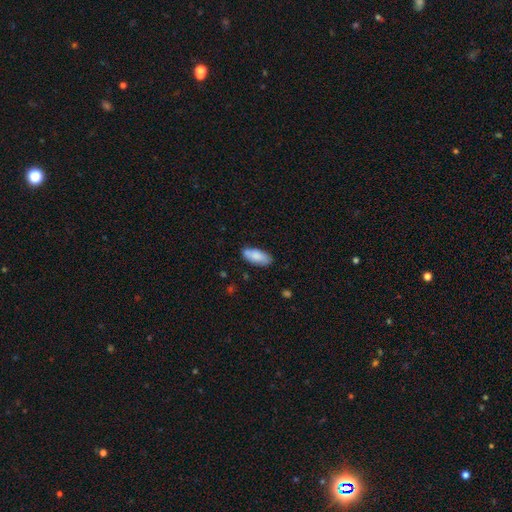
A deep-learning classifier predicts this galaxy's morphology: Smooth or featured? smooth (82%)
How rounded? in between (85%)
Merging? none (75%)